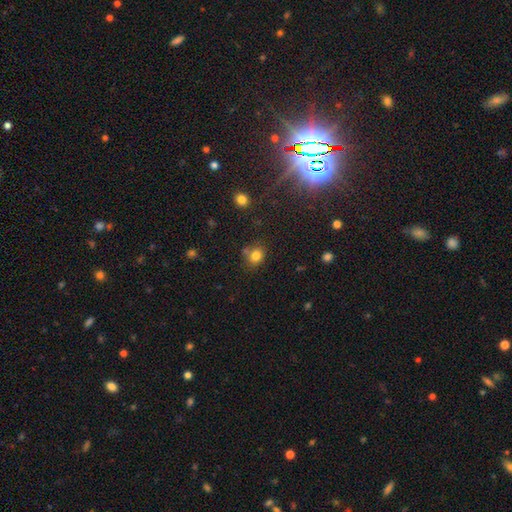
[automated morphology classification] Q: Smooth or featured?
A: smooth (80%); runner-up: star or artifact (13%)
Q: How rounded?
A: round (67%); runner-up: in between (32%)
Q: Merging?
A: none (68%); runner-up: minor disturbance (15%)